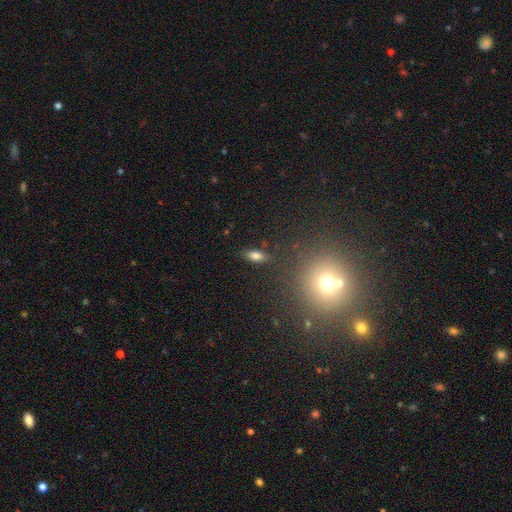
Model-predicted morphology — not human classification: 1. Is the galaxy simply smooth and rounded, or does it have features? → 77% smooth, 12% featured or disk, 11% star or artifact.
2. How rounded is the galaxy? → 81% in between, 15% cigar-shaped, 4% round.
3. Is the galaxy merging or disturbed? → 83% none, 11% minor disturbance, 3% major disturbance, 2% merger.